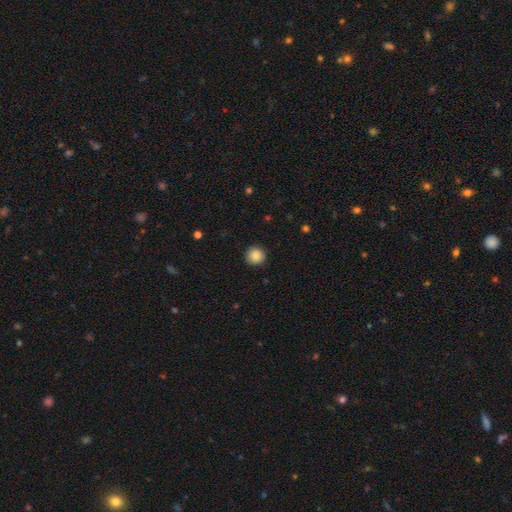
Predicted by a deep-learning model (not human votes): This appears to be a smooth galaxy with no disk features (86%) that is round (94%). Merging: none (91%).